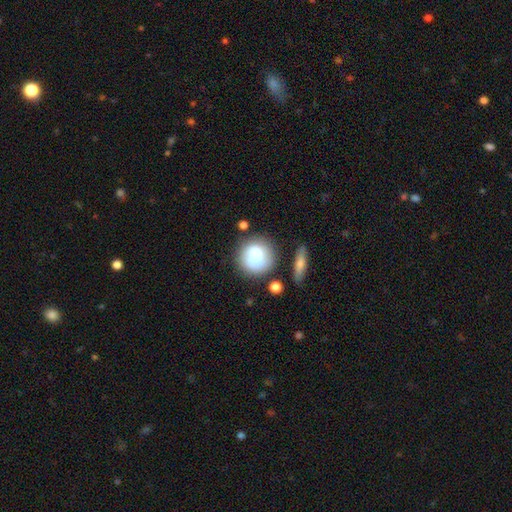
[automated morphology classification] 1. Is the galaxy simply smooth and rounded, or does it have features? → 73% smooth, 19% featured or disk, 8% star or artifact.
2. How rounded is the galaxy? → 89% round, 10% in between, 1% cigar-shaped.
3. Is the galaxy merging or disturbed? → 64% none, 18% minor disturbance, 11% merger, 7% major disturbance.